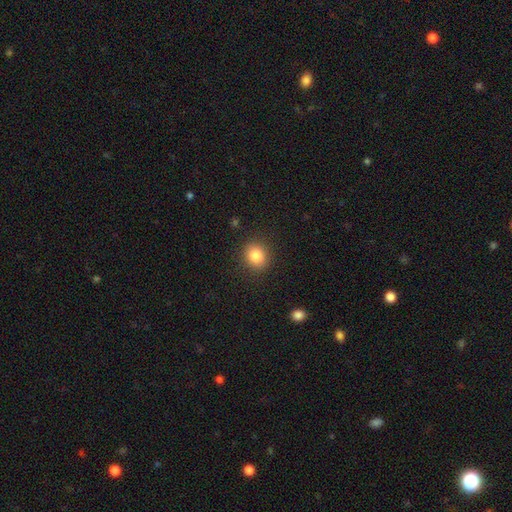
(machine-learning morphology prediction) A smooth galaxy with no disk features (84%) that is round (80%).

Vote fractions:
- Smooth or featured? smooth: 84% / star or artifact: 11% / featured or disk: 6%
- How rounded? round: 80% / in between: 19% / cigar-shaped: 1%
- Merging? none: 89% / minor disturbance: 7% / major disturbance: 3% / merger: 1%